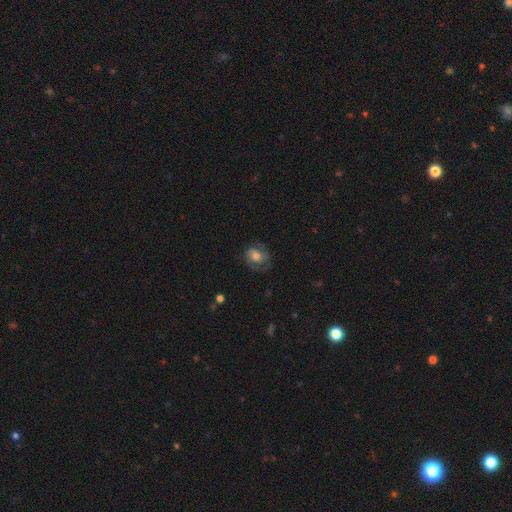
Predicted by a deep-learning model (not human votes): smooth 46%, featured or disk 45%, star or artifact 9%. Down the decision tree: merging — none (69%).